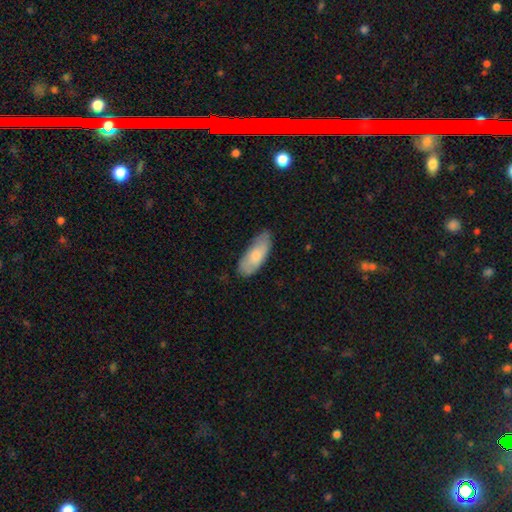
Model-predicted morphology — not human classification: smooth_or_featured: smooth (p=0.73) [alt: featured or disk p=0.22]
how_rounded: in between (p=0.79) [alt: cigar-shaped p=0.19]
merging: none (p=0.69) [alt: minor disturbance p=0.25]